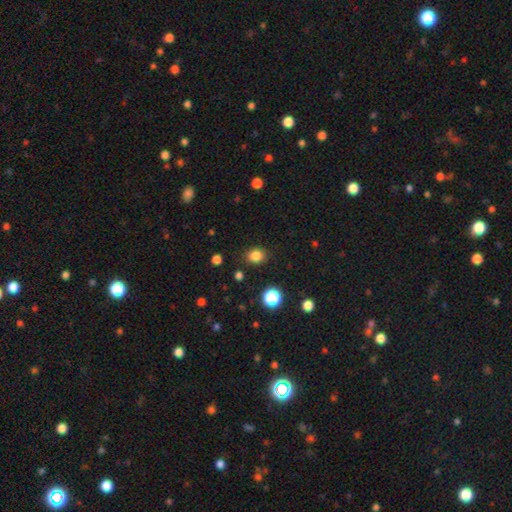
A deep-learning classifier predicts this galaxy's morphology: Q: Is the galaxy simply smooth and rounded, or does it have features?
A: smooth — 83%.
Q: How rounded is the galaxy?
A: round — 67%.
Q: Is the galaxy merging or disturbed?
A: none — 86%.